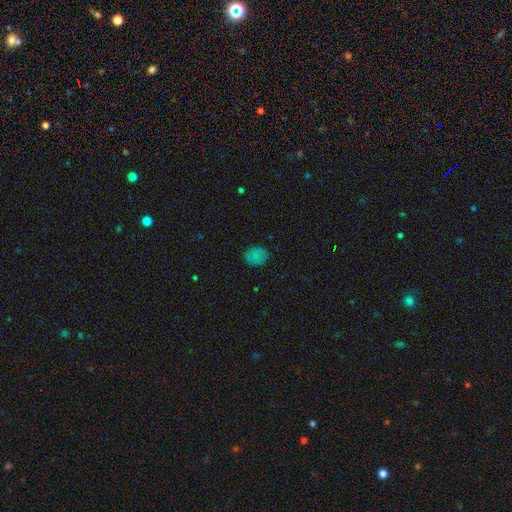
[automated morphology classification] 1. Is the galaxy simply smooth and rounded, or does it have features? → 78% smooth, 16% star or artifact, 6% featured or disk.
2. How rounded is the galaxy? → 63% round, 36% in between, 1% cigar-shaped.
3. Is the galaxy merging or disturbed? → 82% none, 14% minor disturbance, 3% major disturbance, 1% merger.